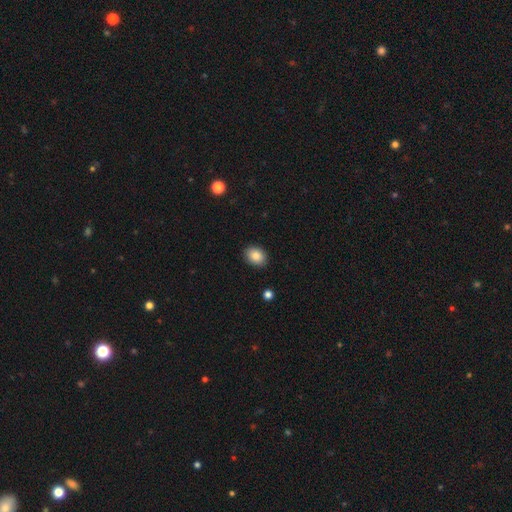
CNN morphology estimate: smooth-or-featured: smooth: 85% | star or artifact: 8% | featured or disk: 7%
  how-rounded: in between: 65% | round: 35% | cigar-shaped: 1%
  merging: none: 90% | minor disturbance: 7% | major disturbance: 2% | merger: 1%